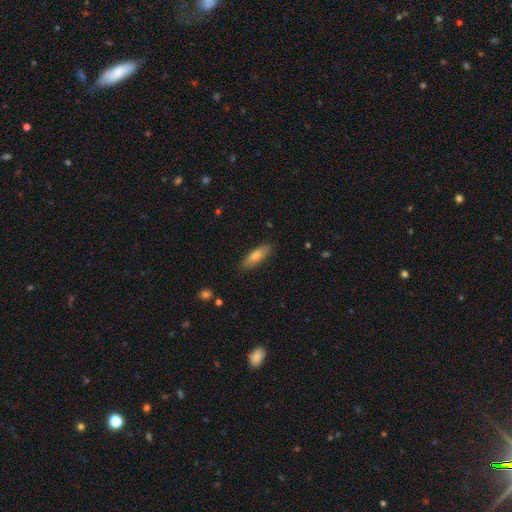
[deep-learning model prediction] Morphology: type=smooth (70%); roundness=cigar-shaped (52%); merging=none (87%).